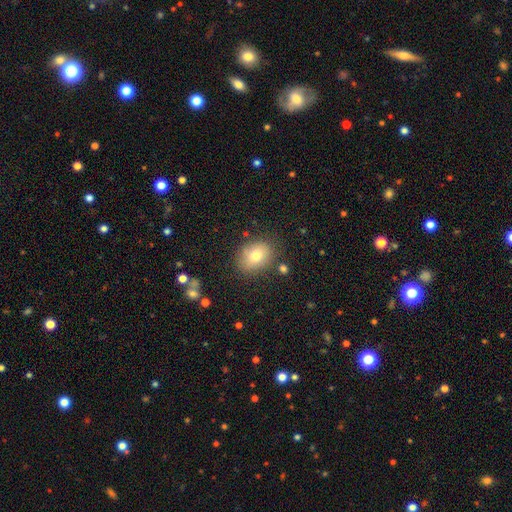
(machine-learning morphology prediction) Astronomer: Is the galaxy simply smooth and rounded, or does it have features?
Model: smooth — 75%.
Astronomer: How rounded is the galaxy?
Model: in between — 63%.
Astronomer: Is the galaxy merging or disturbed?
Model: none — 79%.